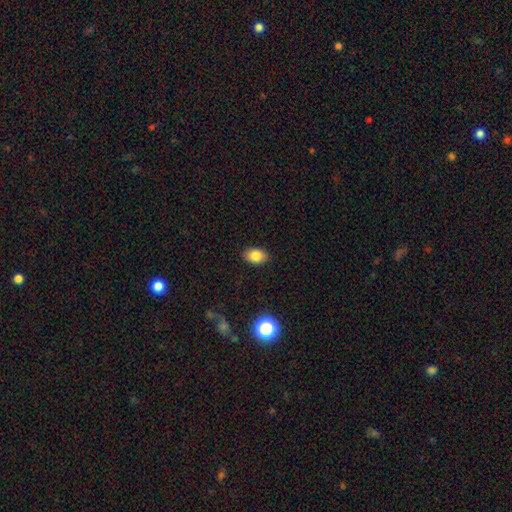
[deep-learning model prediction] smooth_or_featured: smooth (p=0.84) [alt: star or artifact p=0.10]
how_rounded: in between (p=0.81) [alt: round p=0.18]
merging: none (p=0.88) [alt: minor disturbance p=0.08]